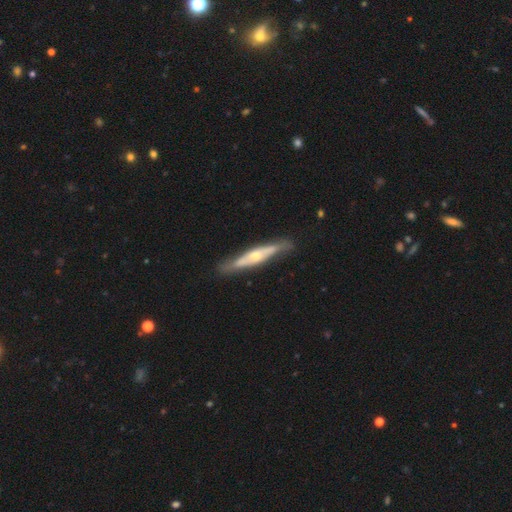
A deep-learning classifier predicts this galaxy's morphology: A featured or disk galaxy (69%) viewed edge-on (84%) with a rounded central bulge (81%).

Vote fractions:
- Smooth or featured? featured or disk: 69% / smooth: 25% / star or artifact: 6%
- Edge-on disk? yes: 84% / no: 16%
- Edge-on bulge? rounded: 81% / none: 15% / boxy: 4%
- Merging? none: 84% / minor disturbance: 12% / major disturbance: 2% / merger: 2%